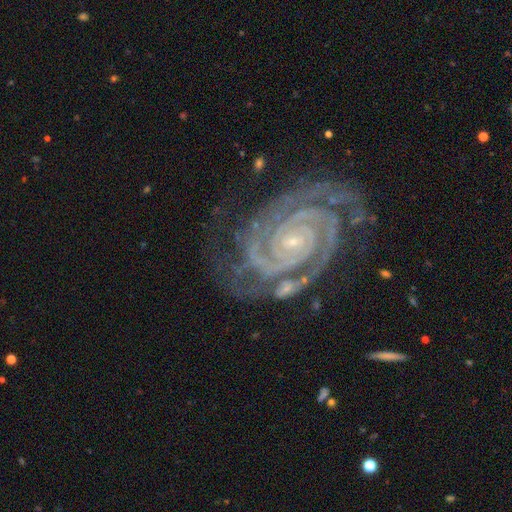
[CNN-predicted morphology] A featured or disk galaxy (93%) with no bar (66%), 2 (68%) tight (86%) spiral arms (99%) and a small central bulge (87%). Merging: none (70%).